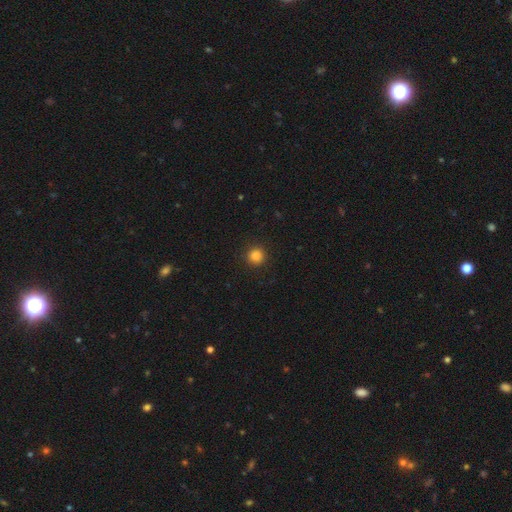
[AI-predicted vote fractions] A smooth galaxy with no disk features (85%) that is round (95%). Merging: none (92%).